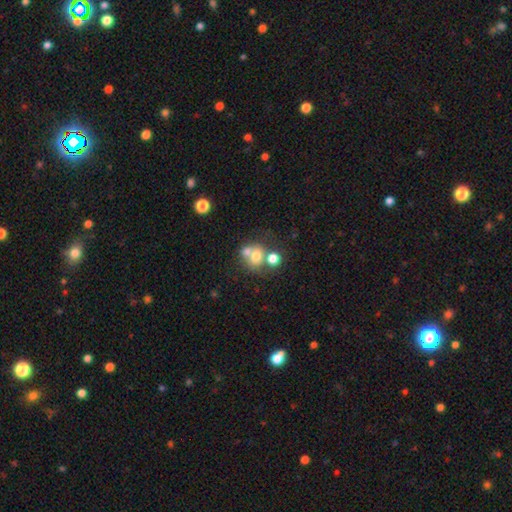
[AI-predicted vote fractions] Overall: smooth (65%). How rounded: round (70%). Merging: merger (49%; none 36%).